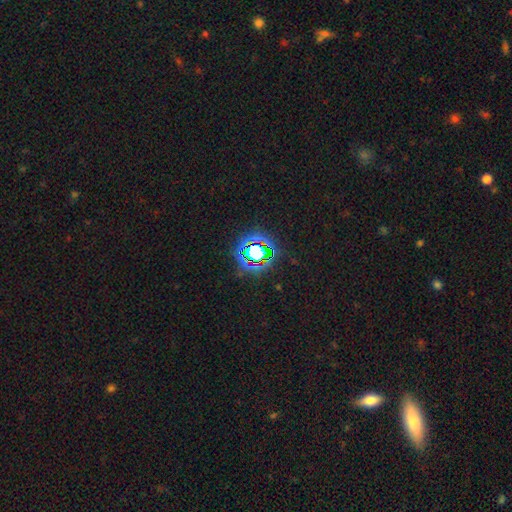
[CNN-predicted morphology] type=star or artifact (79%).